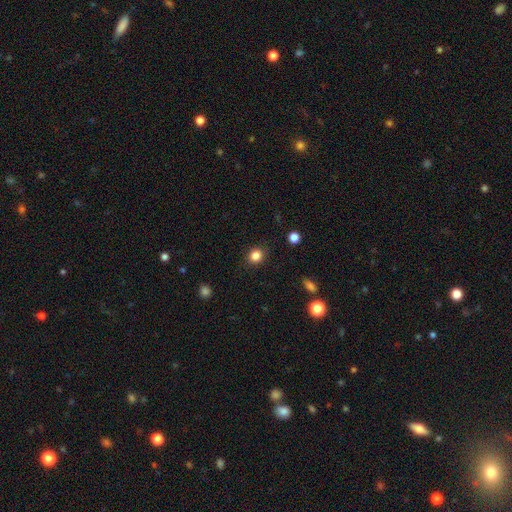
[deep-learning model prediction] Smooth or featured? Predicted: smooth (p=0.84). How rounded? Predicted: round (p=0.76). Merging? Predicted: none (p=0.88).